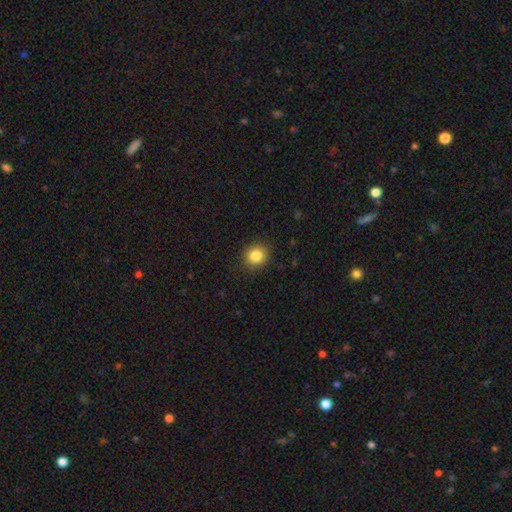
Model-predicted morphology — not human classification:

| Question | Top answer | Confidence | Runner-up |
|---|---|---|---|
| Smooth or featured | smooth | 84% | star or artifact (10%) |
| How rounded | round | 85% | in between (14%) |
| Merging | none | 90% | minor disturbance (7%) |